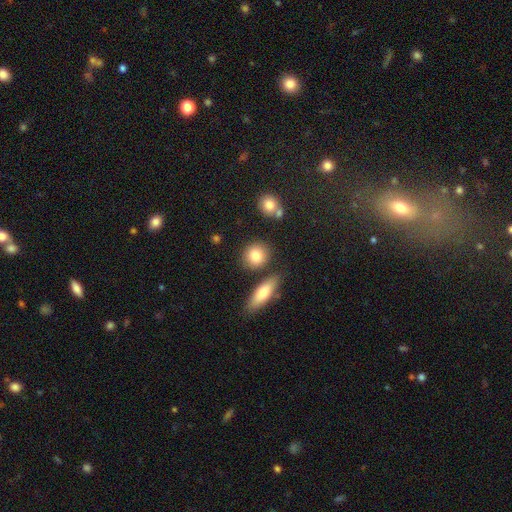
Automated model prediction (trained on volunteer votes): This is clearly a smooth galaxy (83%). How rounded: likely round (78%). Merging: likely none (79%).